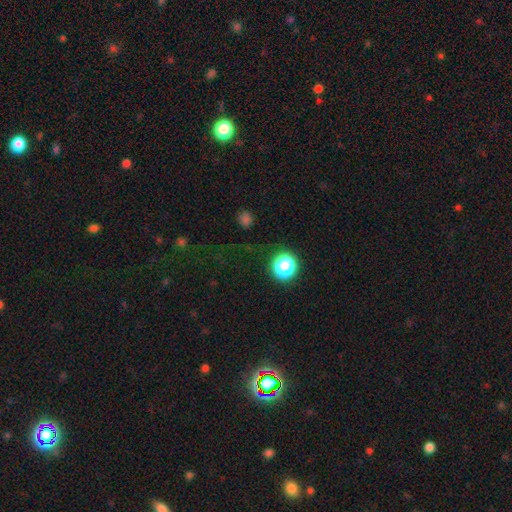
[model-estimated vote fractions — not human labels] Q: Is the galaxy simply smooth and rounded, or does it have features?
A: star or artifact — 67%.